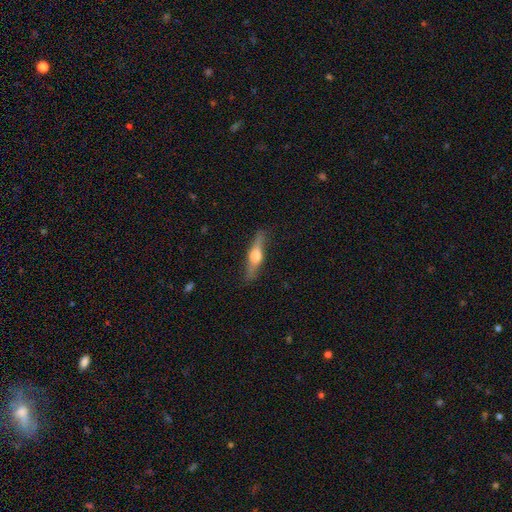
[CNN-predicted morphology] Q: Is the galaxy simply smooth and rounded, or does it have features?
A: featured or disk — 61%.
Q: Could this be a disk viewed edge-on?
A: yes — 95%.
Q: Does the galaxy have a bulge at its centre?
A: rounded — 93%.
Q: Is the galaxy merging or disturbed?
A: none — 87%.